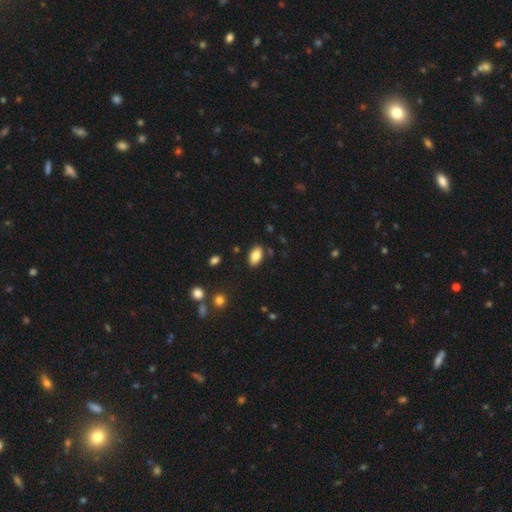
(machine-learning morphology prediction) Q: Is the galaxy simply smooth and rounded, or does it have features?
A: smooth — 84%.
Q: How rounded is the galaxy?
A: in between — 93%.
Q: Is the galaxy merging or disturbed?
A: none — 85%.